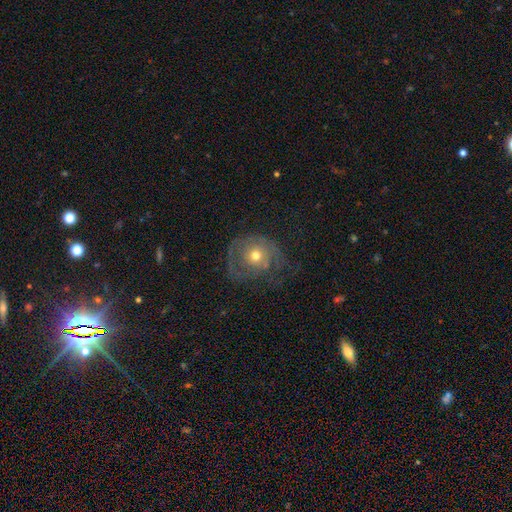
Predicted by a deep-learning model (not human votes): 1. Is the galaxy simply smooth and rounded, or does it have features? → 58% featured or disk, 33% smooth, 9% star or artifact.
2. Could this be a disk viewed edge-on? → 96% no, 4% yes.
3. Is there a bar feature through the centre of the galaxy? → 85% no, 12% weak, 3% strong.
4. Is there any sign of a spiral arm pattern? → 63% yes, 37% no.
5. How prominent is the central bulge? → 63% moderate, 30% small, 5% large, 1% dominant, 1% none.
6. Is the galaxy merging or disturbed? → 45% none, 31% major disturbance, 22% minor disturbance, 2% merger.